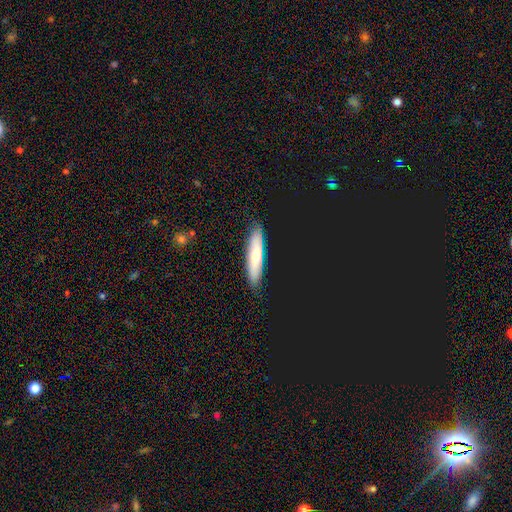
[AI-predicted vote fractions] Morphology: type=smooth (56%); roundness=cigar-shaped (70%); merging=none (88%).